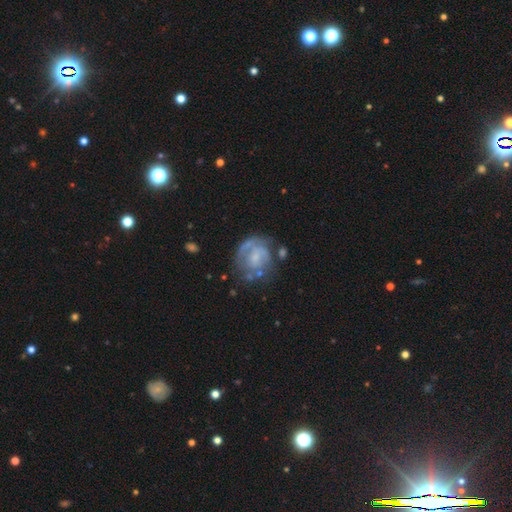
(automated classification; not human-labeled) smooth_or_featured: featured or disk (p=0.66) [alt: smooth p=0.26]
disk_edge_on: no (p=0.98) [alt: yes p=0.02]
bar: no (p=0.61) [alt: weak p=0.32]
has_spiral_arms: yes (p=0.64) [alt: no p=0.36]
bulge_size: small (p=0.39) [alt: none p=0.28]
merging: none (p=0.51) [alt: minor disturbance p=0.22]